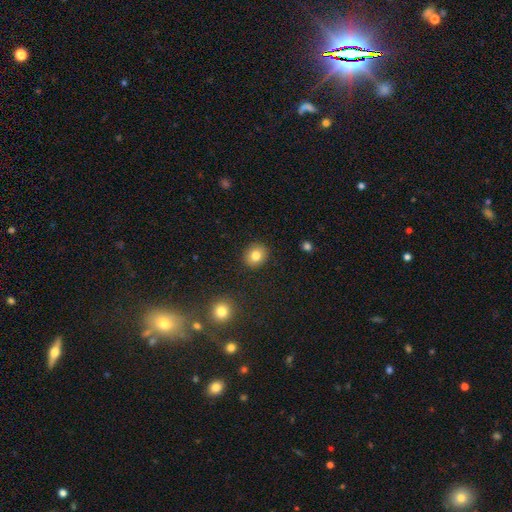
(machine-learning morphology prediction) A smooth galaxy with no disk features (81%) that is round (72%). Merging: none (90%).